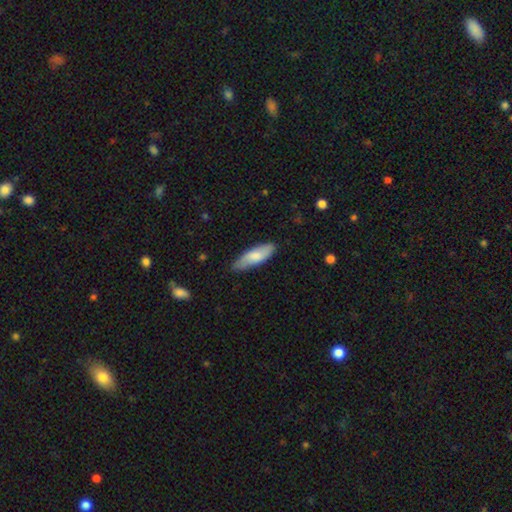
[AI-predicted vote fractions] A smooth galaxy with no disk features (76%) that is in between round and cigar-shaped (57%). Merging: none (79%).